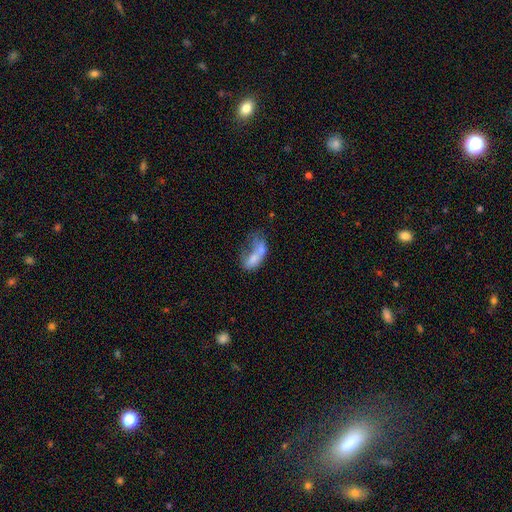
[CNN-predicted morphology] smooth-or-featured: smooth: 59% | featured or disk: 31% | star or artifact: 10%
  how-rounded: in between: 81% | cigar-shaped: 12% | round: 7%
  merging: merger: 51% | major disturbance: 23% | none: 14% | minor disturbance: 11%